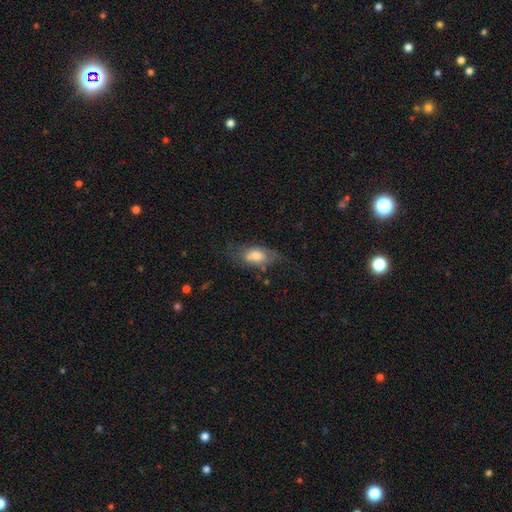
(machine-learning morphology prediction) Smooth or featured? Predicted: smooth (p=0.62). How rounded? Predicted: in between (p=0.85). Merging? Predicted: none (p=0.47).